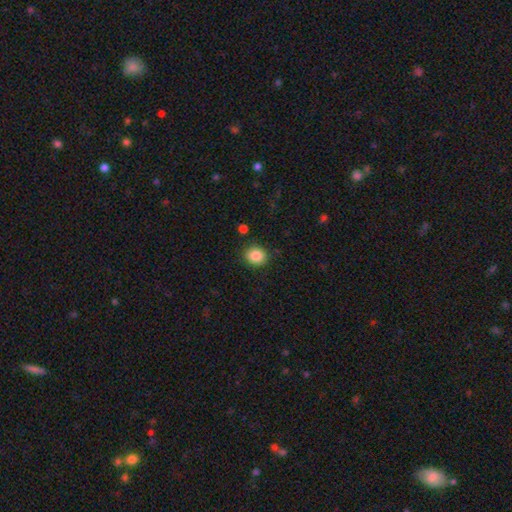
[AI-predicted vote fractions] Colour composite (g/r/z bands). It shows a smooth galaxy with no disk features (86%) that is round (75%). Merging: none (88%).